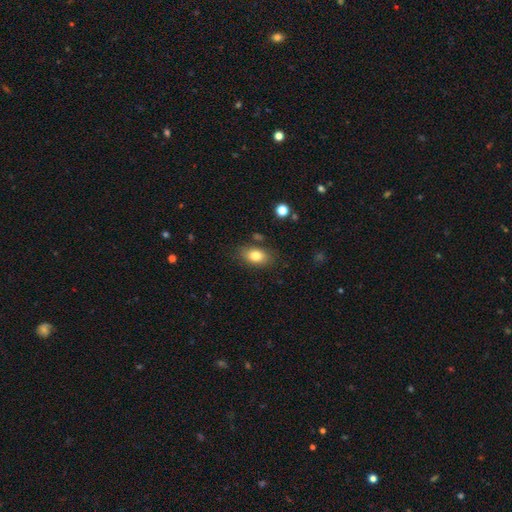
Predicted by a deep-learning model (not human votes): Q: Smooth or featured?
A: smooth (80%); runner-up: featured or disk (11%)
Q: How rounded?
A: in between (86%); runner-up: round (11%)
Q: Merging?
A: none (81%); runner-up: minor disturbance (13%)